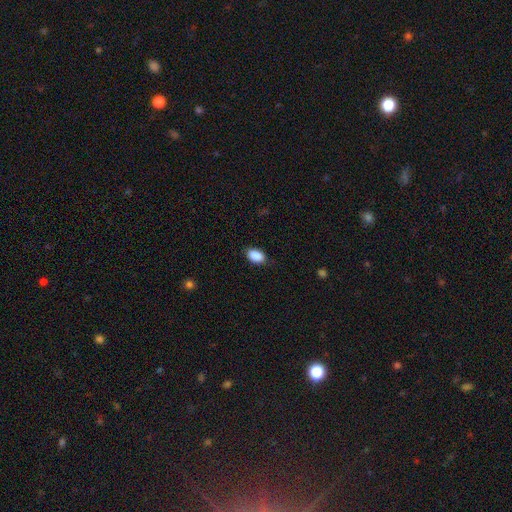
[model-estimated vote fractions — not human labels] Smooth or featured?
  - smooth: 90% *
  - star or artifact: 7%
  - featured or disk: 3%
How rounded?
  - in between: 91% *
  - round: 7%
  - cigar-shaped: 1%
Merging?
  - none: 83% *
  - minor disturbance: 14%
  - major disturbance: 3%
  - merger: 1%